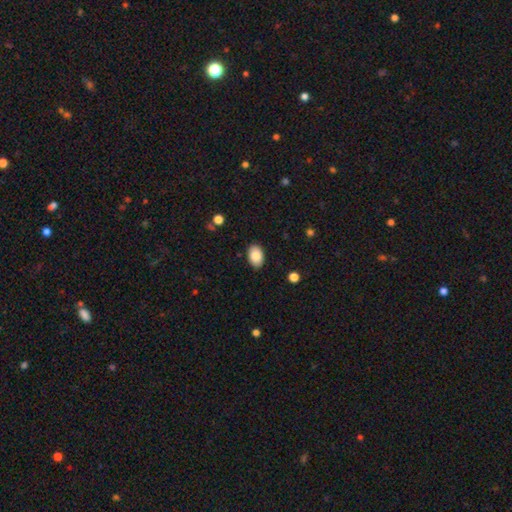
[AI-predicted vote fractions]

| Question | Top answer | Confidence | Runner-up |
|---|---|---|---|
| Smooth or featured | smooth | 86% | star or artifact (7%) |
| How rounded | in between | 89% | round (10%) |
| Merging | none | 87% | minor disturbance (10%) |